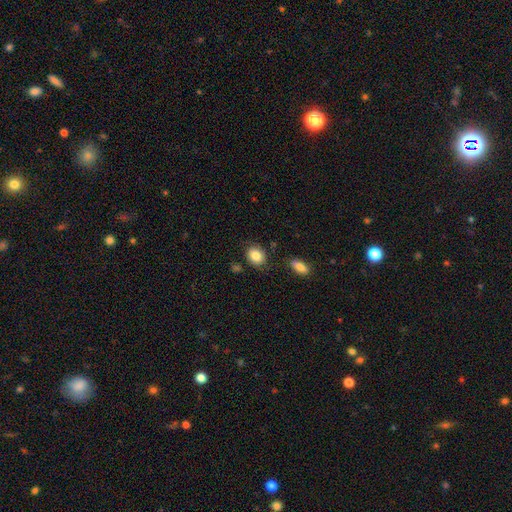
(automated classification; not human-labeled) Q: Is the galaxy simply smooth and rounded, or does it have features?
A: smooth — 85%.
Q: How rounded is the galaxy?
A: round — 55%.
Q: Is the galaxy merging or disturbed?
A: none — 79%.